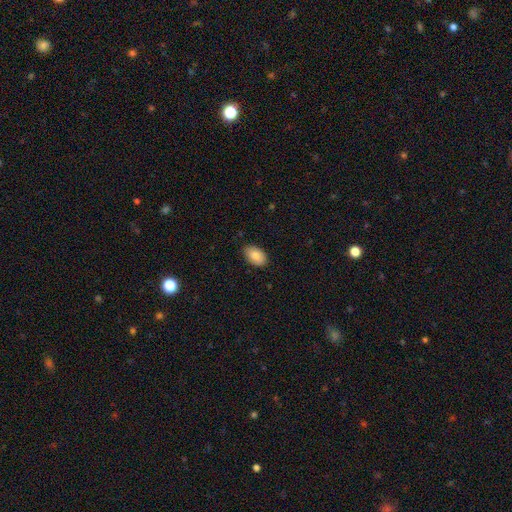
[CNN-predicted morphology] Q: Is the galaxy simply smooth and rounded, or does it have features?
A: smooth — 87%.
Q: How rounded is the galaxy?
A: in between — 93%.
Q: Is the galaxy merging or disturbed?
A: none — 86%.